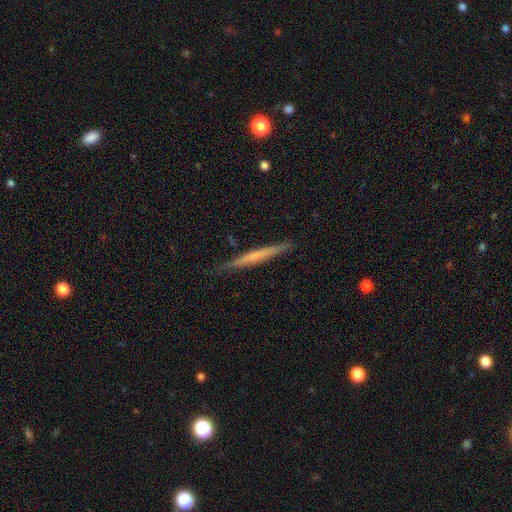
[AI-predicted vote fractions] featured or disk 49%, smooth 46%, star or artifact 6%. Down the decision tree: merging — none (86%).